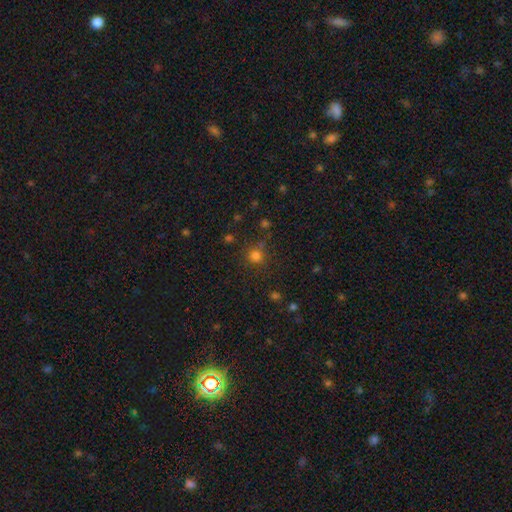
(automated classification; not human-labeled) smooth-or-featured: smooth: 76% | star or artifact: 18% | featured or disk: 6%
  how-rounded: round: 90% | in between: 9% | cigar-shaped: 1%
  merging: none: 76% | minor disturbance: 12% | merger: 8% | major disturbance: 5%